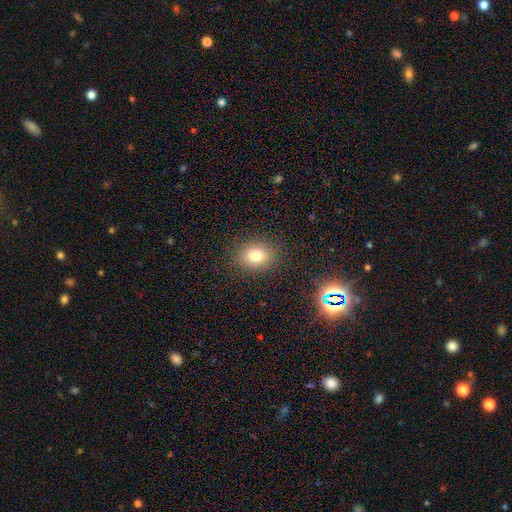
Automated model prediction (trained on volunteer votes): A smooth galaxy with no disk features (77%) that is round (56%). Merging: none (87%).